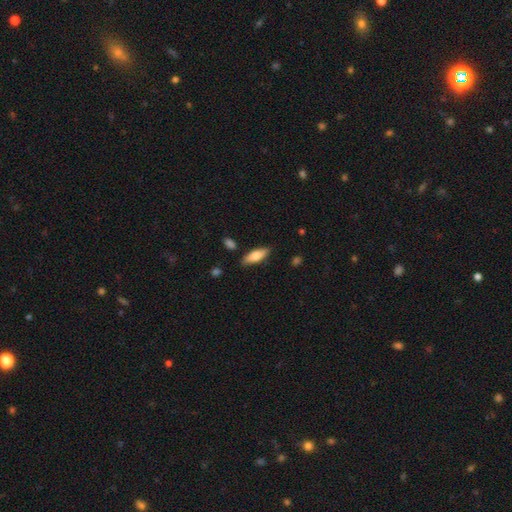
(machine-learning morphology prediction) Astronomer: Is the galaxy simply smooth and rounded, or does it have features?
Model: smooth — 73%.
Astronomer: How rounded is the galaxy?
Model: in between — 67%.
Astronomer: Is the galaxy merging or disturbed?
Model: none — 83%.